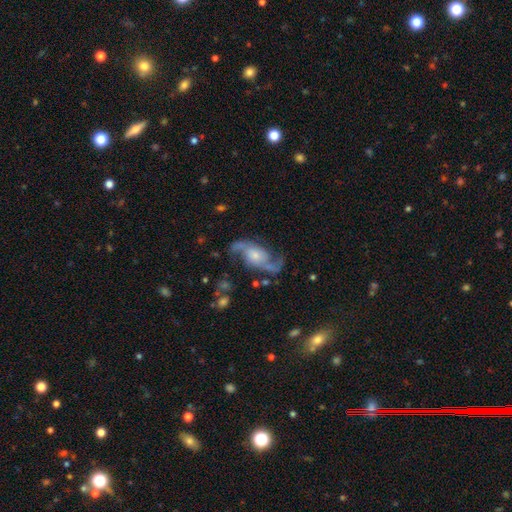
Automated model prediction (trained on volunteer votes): smooth-or-featured: featured or disk: 88% | star or artifact: 6% | smooth: 6%
  disk-edge-on: no: 96% | yes: 4%
    bar: no: 63% | weak: 28% | strong: 9%
    has-spiral-arms: yes: 97% | no: 3%
      spiral-winding: loose: 58% | medium: 34% | tight: 8%
      spiral-arm-count: 2: 91% | can't tell: 3% | 3: 2% | 1: 2% | 4: 1% | more than 4: 1%
    bulge-size: moderate: 41% | small: 37% | large: 13% | none: 8% | dominant: 2%
  merging: none: 72% | minor disturbance: 15% | major disturbance: 10% | merger: 3%